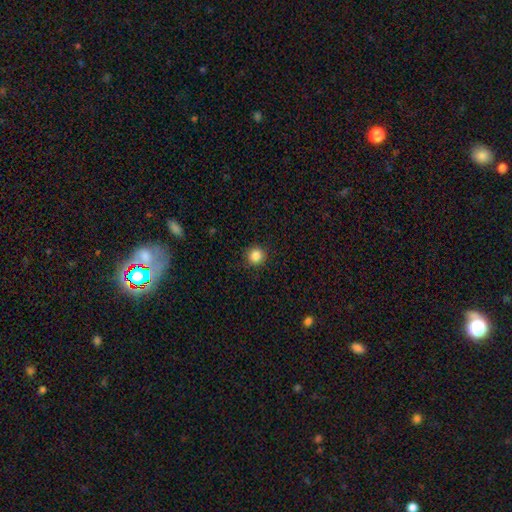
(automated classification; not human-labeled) Smooth or featured?
  - smooth: 85% *
  - star or artifact: 11%
  - featured or disk: 4%
How rounded?
  - round: 94% *
  - in between: 6%
  - cigar-shaped: 1%
Merging?
  - none: 90% *
  - minor disturbance: 7%
  - major disturbance: 2%
  - merger: 1%